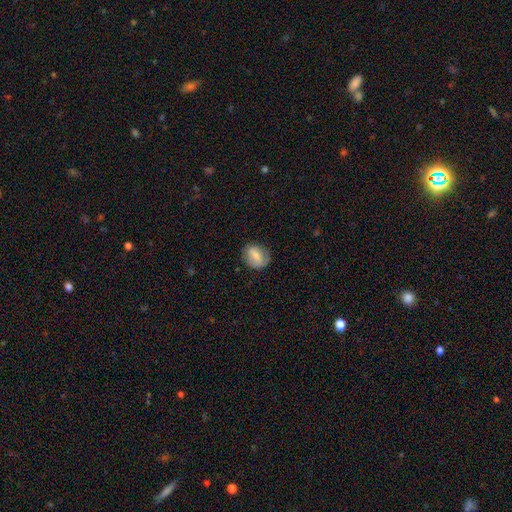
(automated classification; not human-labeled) A smooth galaxy with no disk features (58%) that is in between round and cigar-shaped (52%).

Vote fractions:
- Smooth or featured? smooth: 58% / featured or disk: 34% / star or artifact: 8%
- How rounded? in between: 52% / round: 46% / cigar-shaped: 1%
- Merging? none: 75% / minor disturbance: 18% / major disturbance: 6% / merger: 1%